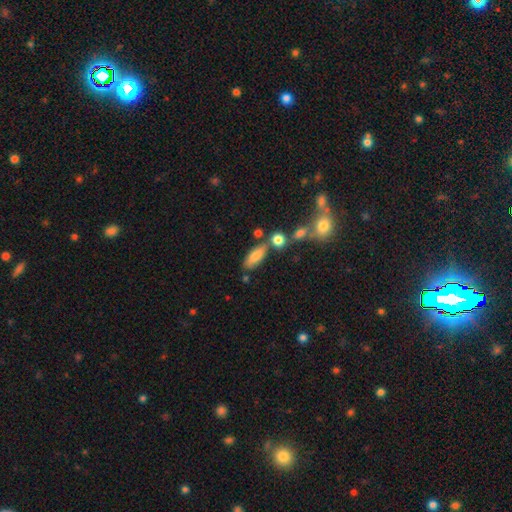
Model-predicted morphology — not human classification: smooth_or_featured: smooth (p=0.78) [alt: featured or disk p=0.14]
how_rounded: in between (p=0.69) [alt: cigar-shaped p=0.27]
merging: none (p=0.66) [alt: merger p=0.15]